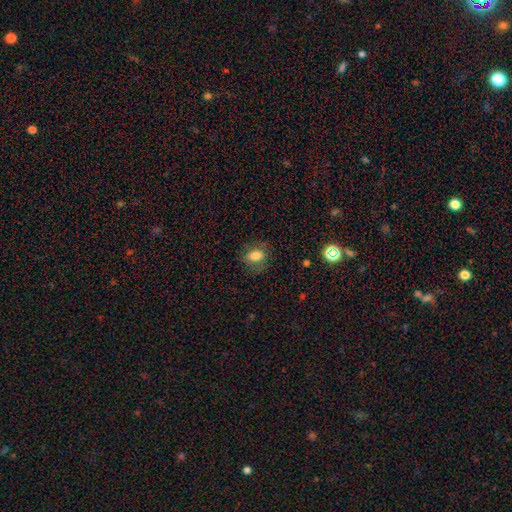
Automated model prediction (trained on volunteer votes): A smooth galaxy with no disk features (77%) that is in between round and cigar-shaped (75%). Merging: none (75%).